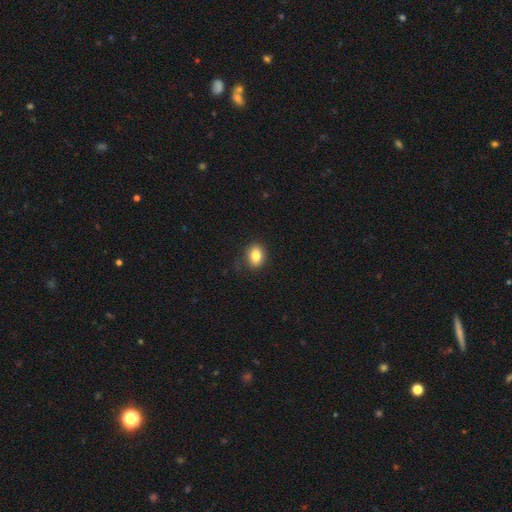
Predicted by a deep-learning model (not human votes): Smooth or featured?
  - smooth: 82% *
  - star or artifact: 9%
  - featured or disk: 8%
How rounded?
  - in between: 64% *
  - round: 35%
  - cigar-shaped: 1%
Merging?
  - none: 84% *
  - minor disturbance: 12%
  - major disturbance: 3%
  - merger: 1%